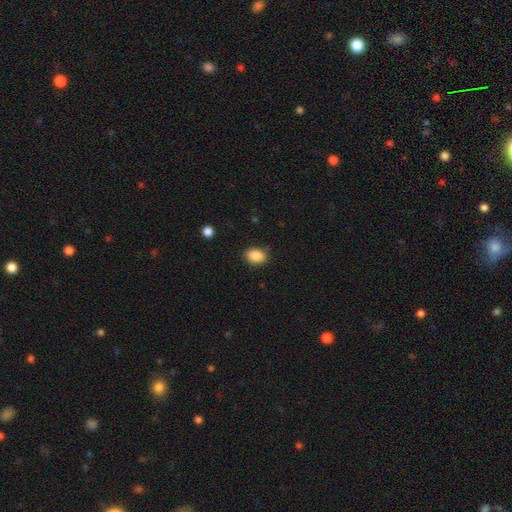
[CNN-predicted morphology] Smooth or featured?
  - smooth: 88% *
  - star or artifact: 8%
  - featured or disk: 4%
How rounded?
  - in between: 70% *
  - round: 29%
  - cigar-shaped: 1%
Merging?
  - none: 84% *
  - minor disturbance: 12%
  - major disturbance: 3%
  - merger: 1%